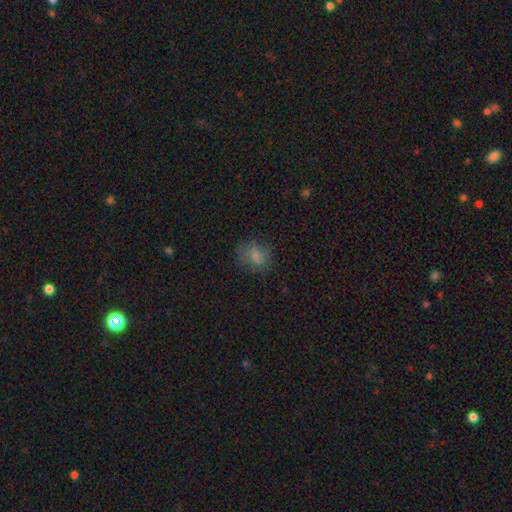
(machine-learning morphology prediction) A smooth galaxy with no disk features (72%) that is round (59%). Merging: none (68%).